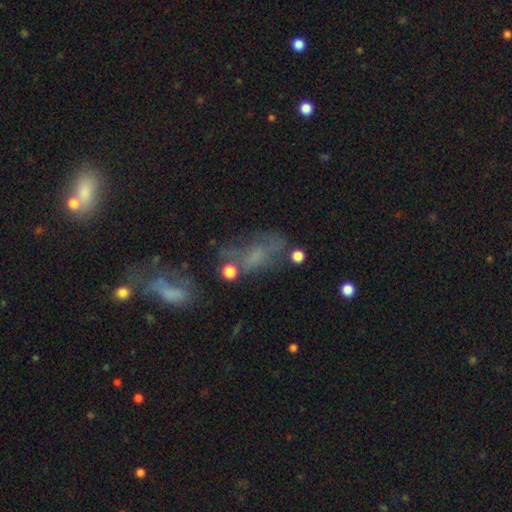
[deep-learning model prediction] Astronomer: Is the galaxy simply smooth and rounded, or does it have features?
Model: featured or disk — 38%, tied with smooth at 38%.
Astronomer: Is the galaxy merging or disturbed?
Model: none — 41% (runner-up: major disturbance, 24%).